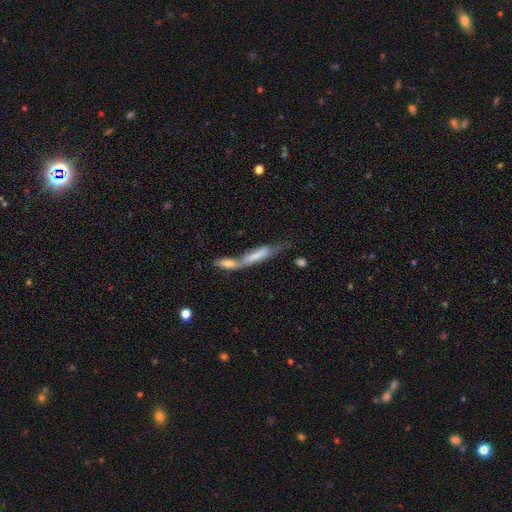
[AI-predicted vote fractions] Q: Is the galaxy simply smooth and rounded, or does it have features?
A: featured or disk — 45%.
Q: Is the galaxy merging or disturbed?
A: merger — 62%.